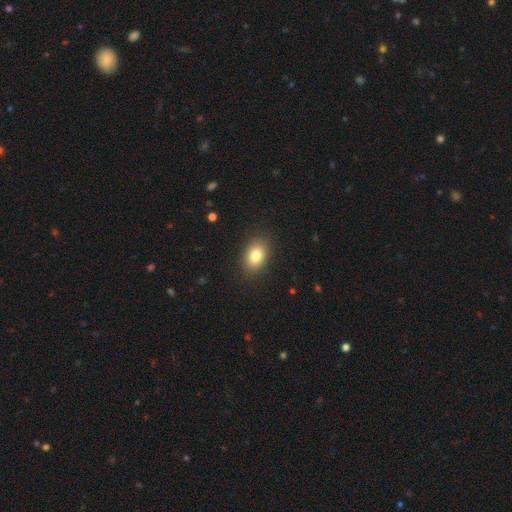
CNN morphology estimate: smooth_or_featured: smooth (p=0.81) [alt: star or artifact p=0.10]
how_rounded: in between (p=0.78) [alt: round p=0.21]
merging: none (p=0.87) [alt: minor disturbance p=0.09]